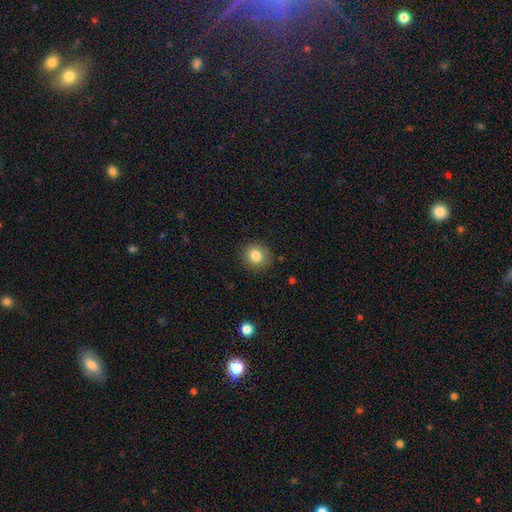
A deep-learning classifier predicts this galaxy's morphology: A smooth galaxy with no disk features (83%) that is round (82%).

Vote fractions:
- Smooth or featured? smooth: 83% / star or artifact: 10% / featured or disk: 7%
- How rounded? round: 82% / in between: 17% / cigar-shaped: 1%
- Merging? none: 89% / minor disturbance: 8% / major disturbance: 2% / merger: 1%